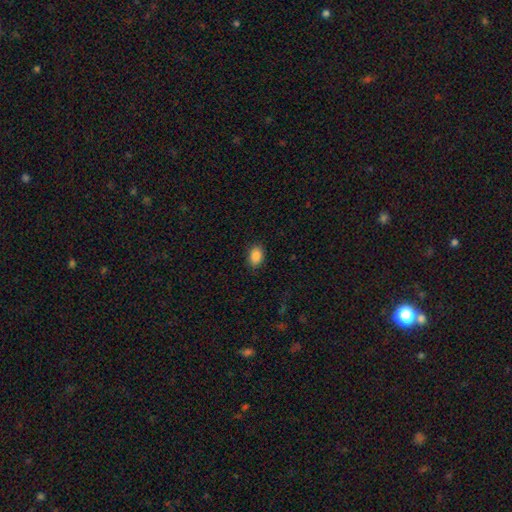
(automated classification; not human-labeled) Smooth or featured? Predicted: smooth (p=0.88). How rounded? Predicted: in between (p=0.83). Merging? Predicted: none (p=0.86).